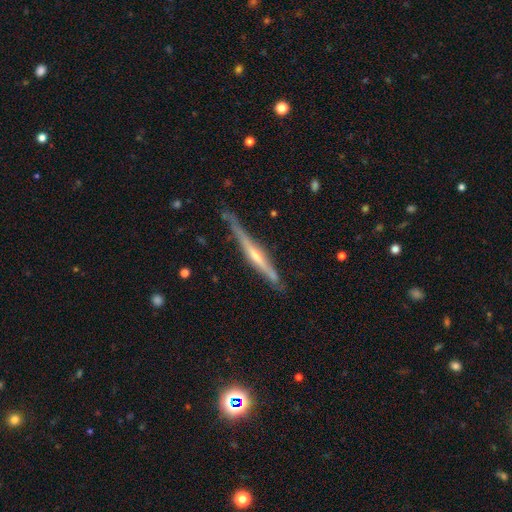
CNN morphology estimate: A featured or disk galaxy (76%) viewed edge-on (97%) with a rounded central bulge (65%). Merging: none (75%).